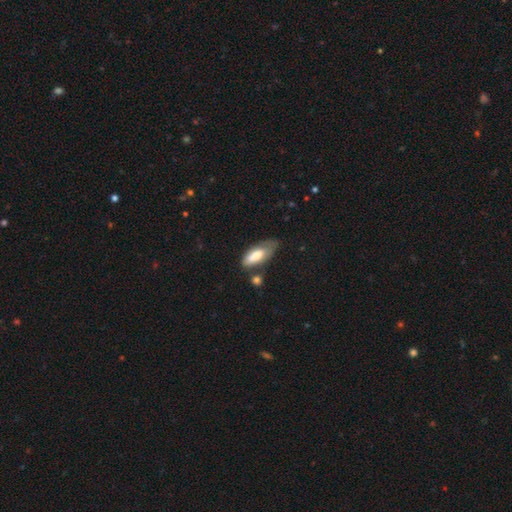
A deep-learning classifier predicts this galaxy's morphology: Overall: smooth (71%). How rounded: in between (74%). Merging: none (39%; minor disturbance 34%).